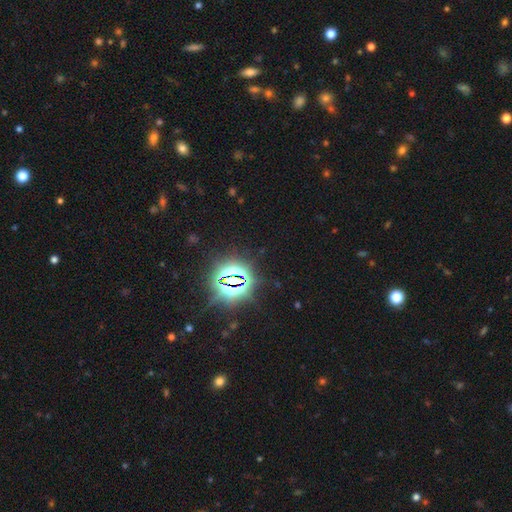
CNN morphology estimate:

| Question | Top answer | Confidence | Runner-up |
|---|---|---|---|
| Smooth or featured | star or artifact | 80% | smooth (12%) |